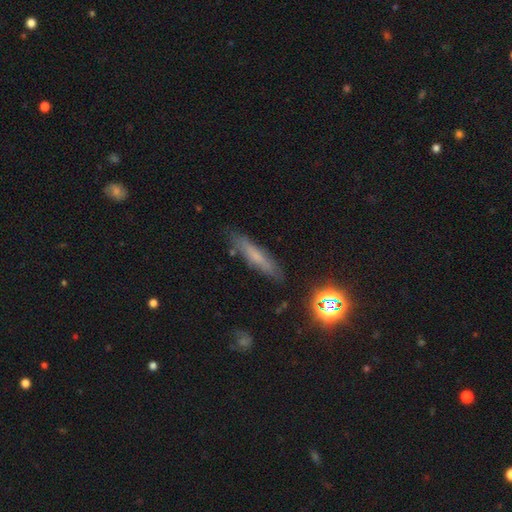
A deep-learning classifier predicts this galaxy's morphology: The model was most divided on "smooth or featured": smooth: 57%, featured or disk: 27%, star or artifact: 15%. More confident: how rounded — cigar-shaped (84%); merging — none (82%).